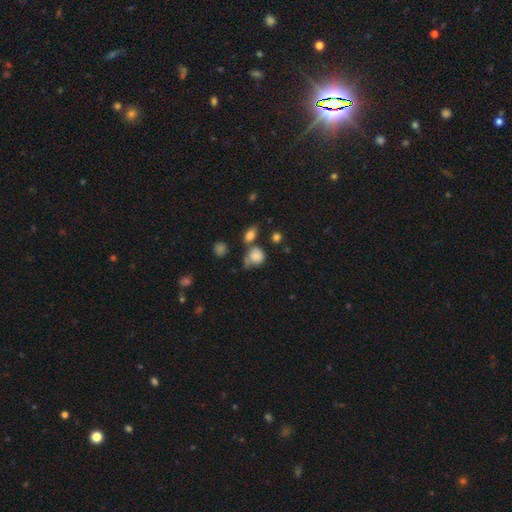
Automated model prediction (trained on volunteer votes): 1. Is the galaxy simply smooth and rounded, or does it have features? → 80% smooth, 10% star or artifact, 9% featured or disk.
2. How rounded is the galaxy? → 71% round, 28% in between, 1% cigar-shaped.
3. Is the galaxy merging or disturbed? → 43% none, 27% minor disturbance, 17% merger, 14% major disturbance.